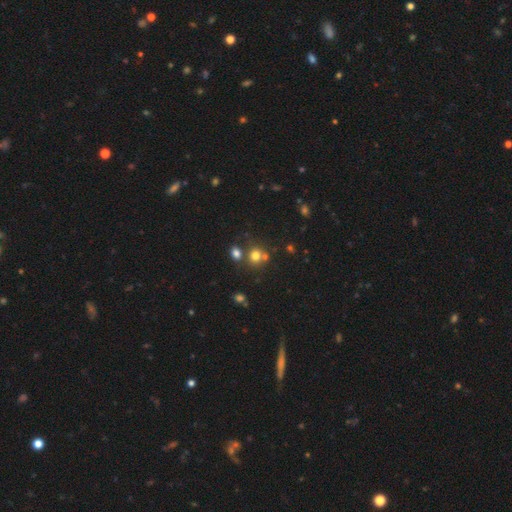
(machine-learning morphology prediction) This appears to be a smooth galaxy with no disk features (71%) that is round (81%). Merging: none (58%).